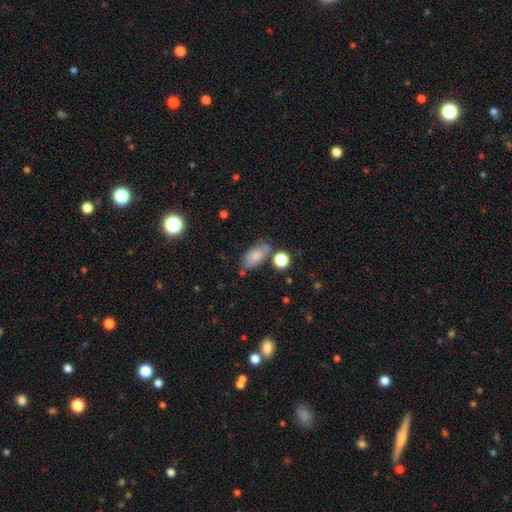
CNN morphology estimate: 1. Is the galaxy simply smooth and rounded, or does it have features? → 80% smooth, 12% featured or disk, 8% star or artifact.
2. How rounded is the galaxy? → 88% in between, 7% cigar-shaped, 5% round.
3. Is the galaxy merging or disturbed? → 63% none, 21% minor disturbance, 10% merger, 6% major disturbance.